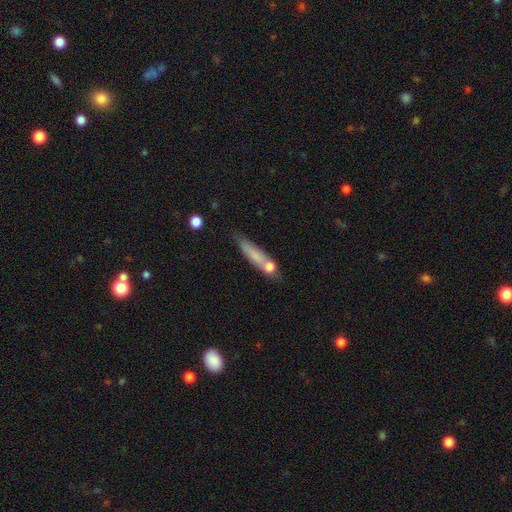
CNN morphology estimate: Q: Smooth or featured?
A: smooth (66%); runner-up: featured or disk (26%)
Q: How rounded?
A: cigar-shaped (82%); runner-up: in between (16%)
Q: Merging?
A: none (57%); runner-up: minor disturbance (19%)